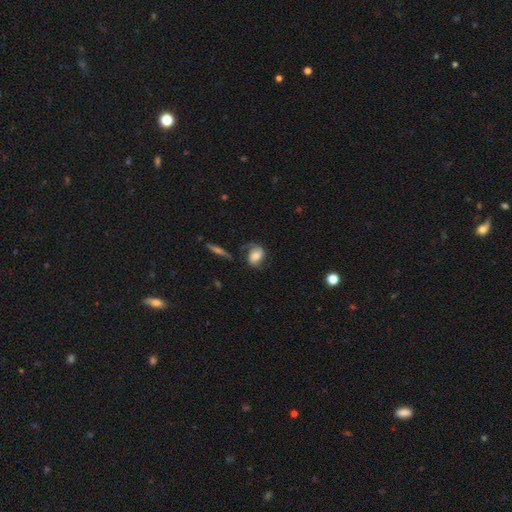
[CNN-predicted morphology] Overall: featured or disk (67%). Edge-on disk: no (95%). Bar: no (47%; weak 36%). Spiral arms: yes (93%). Spiral arm count: 2 (87%). Spiral winding: medium (45%; loose 36%). Bulge size: moderate (37%; large 26%). Merging: none (64%).